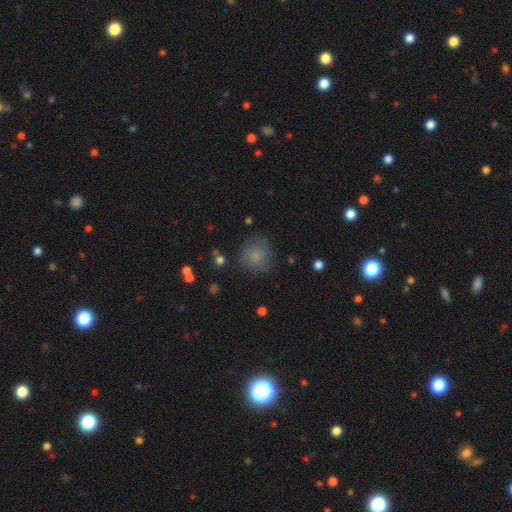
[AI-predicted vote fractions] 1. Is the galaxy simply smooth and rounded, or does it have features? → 74% smooth, 14% featured or disk, 12% star or artifact.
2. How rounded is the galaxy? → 85% round, 14% in between, 1% cigar-shaped.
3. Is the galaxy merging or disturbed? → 69% none, 20% minor disturbance, 9% major disturbance, 2% merger.